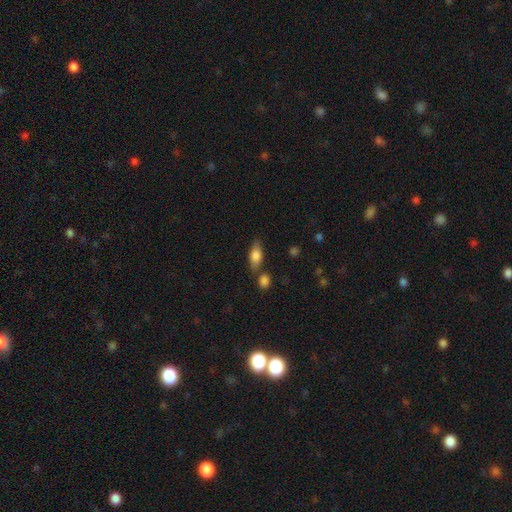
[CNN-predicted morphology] smooth_or_featured: smooth (p=0.76) [alt: featured or disk p=0.17]
how_rounded: in between (p=0.80) [alt: cigar-shaped p=0.15]
merging: none (p=0.70) [alt: minor disturbance p=0.14]